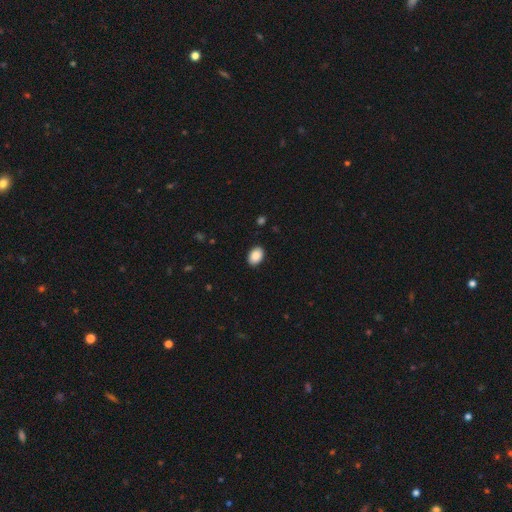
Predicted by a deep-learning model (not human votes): Smooth or featured: smooth — 90% (star or artifact — 7%)
How rounded: in between — 82% (round — 17%)
Merging: none — 90% (minor disturbance — 7%)